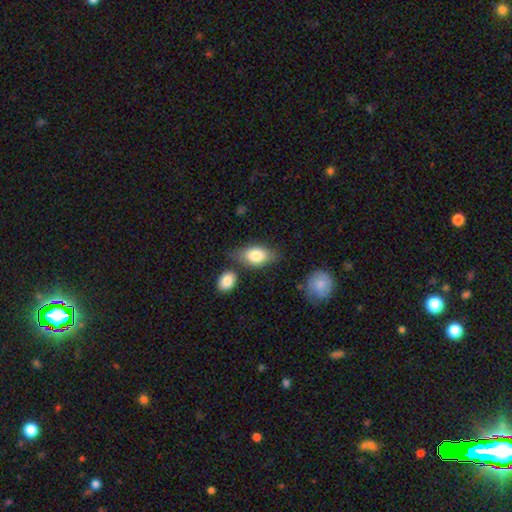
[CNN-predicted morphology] This is likely a smooth galaxy (80%). How rounded: clearly in between (88%). Merging: likely none (62%).